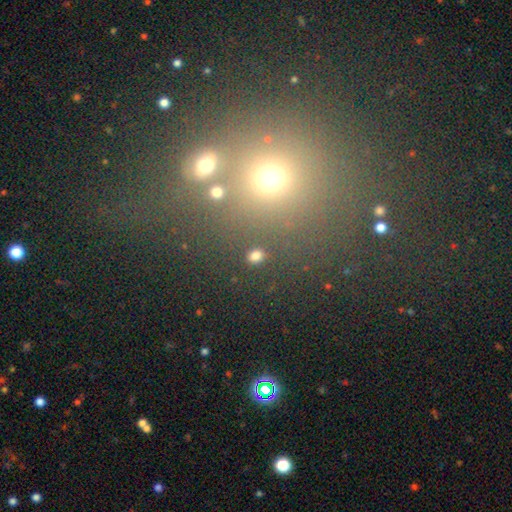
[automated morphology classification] Smooth or featured: smooth — 78% (star or artifact — 17%)
How rounded: round — 52% (in between — 47%)
Merging: none — 86% (minor disturbance — 8%)